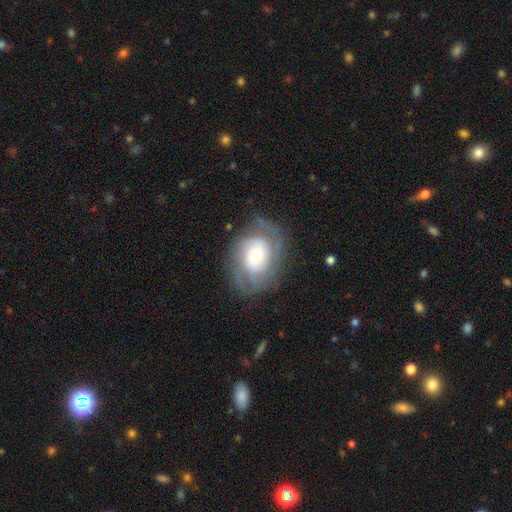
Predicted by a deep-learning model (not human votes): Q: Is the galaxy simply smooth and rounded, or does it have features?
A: featured or disk — 72%.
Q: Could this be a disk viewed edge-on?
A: no — 96%.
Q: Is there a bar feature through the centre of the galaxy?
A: no — 68%.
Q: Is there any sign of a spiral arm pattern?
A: yes — 86%.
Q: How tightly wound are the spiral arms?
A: tight — 53%.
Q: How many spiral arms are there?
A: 2 — 35%.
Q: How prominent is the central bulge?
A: moderate — 62%.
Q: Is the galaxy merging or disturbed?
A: none — 66%.